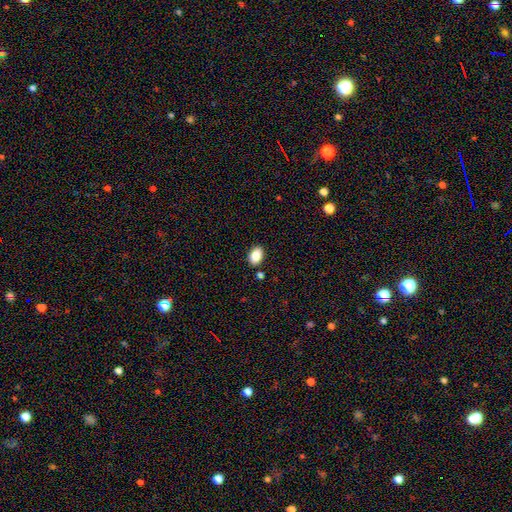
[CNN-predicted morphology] This appears to be a smooth galaxy with no disk features (85%) that is in between round and cigar-shaped (85%). Merging: none (86%).